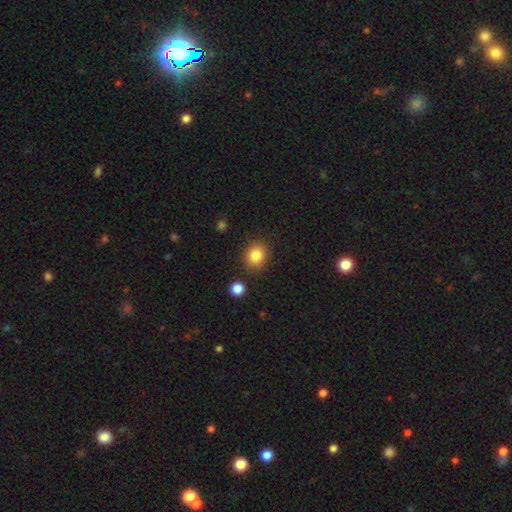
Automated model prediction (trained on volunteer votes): Smooth or featured?
  - smooth: 84% *
  - star or artifact: 10%
  - featured or disk: 6%
How rounded?
  - round: 68% *
  - in between: 31%
  - cigar-shaped: 1%
Merging?
  - none: 86% *
  - minor disturbance: 9%
  - merger: 3%
  - major disturbance: 3%